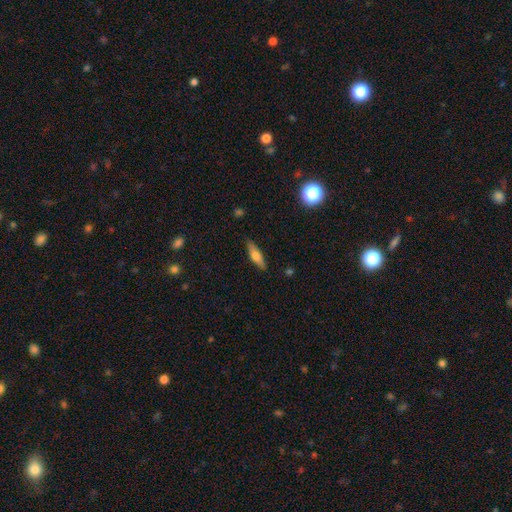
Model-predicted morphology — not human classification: Smooth or featured? smooth (57%)
How rounded? cigar-shaped (59%)
Merging? none (86%)